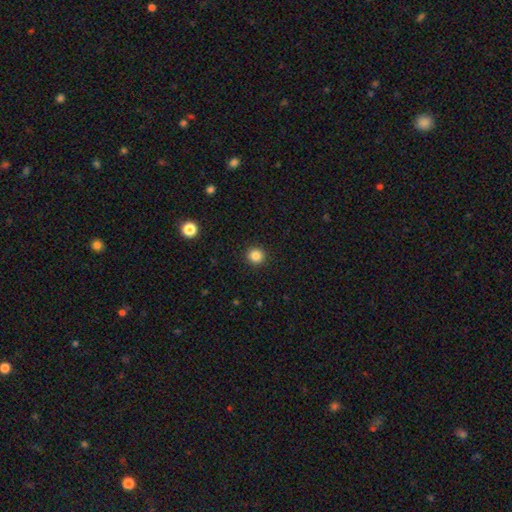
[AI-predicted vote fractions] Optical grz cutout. It shows a smooth galaxy with no disk features (85%) that is round (93%). Merging: none (93%).